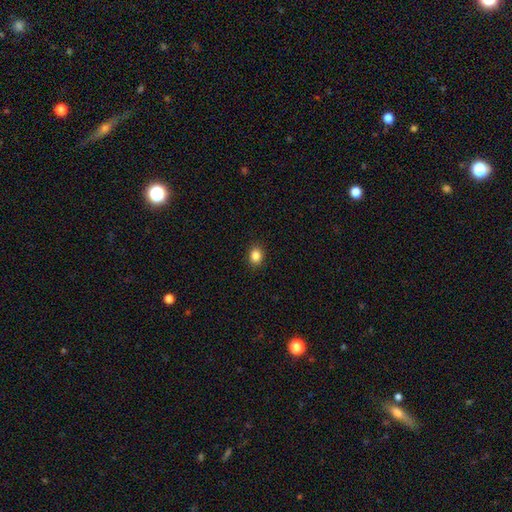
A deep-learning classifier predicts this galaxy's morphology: smooth-or-featured: smooth: 85% | star or artifact: 10% | featured or disk: 4%
  how-rounded: round: 50% | in between: 49% | cigar-shaped: 1%
  merging: none: 91% | minor disturbance: 7% | major disturbance: 2% | merger: 1%